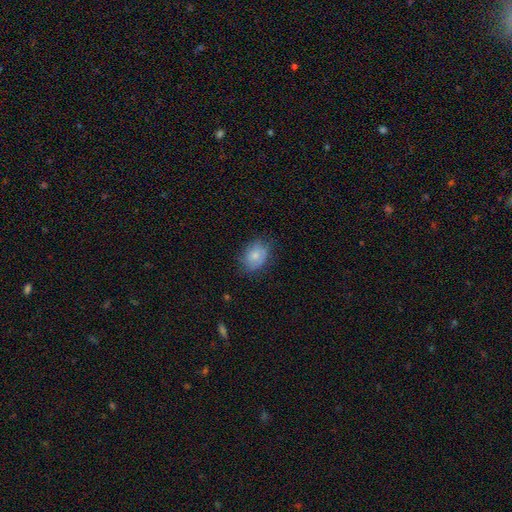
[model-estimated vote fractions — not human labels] smooth_or_featured: smooth (p=0.68) [alt: featured or disk p=0.24]
how_rounded: in between (p=0.64) [alt: round p=0.35]
merging: none (p=0.67) [alt: minor disturbance p=0.25]